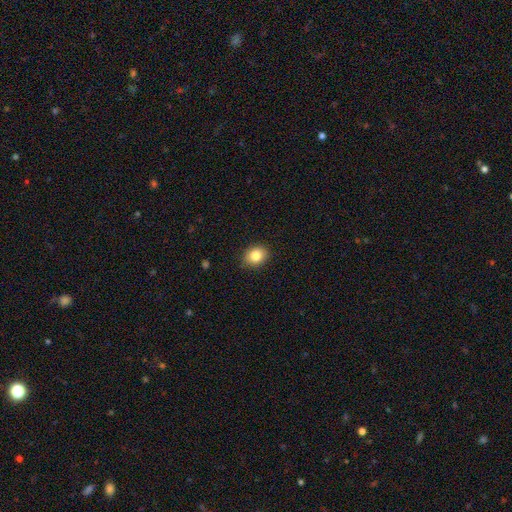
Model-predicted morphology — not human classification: Smooth or featured: smooth — 84% (star or artifact — 9%)
How rounded: round — 56% (in between — 43%)
Merging: none — 84% (minor disturbance — 13%)